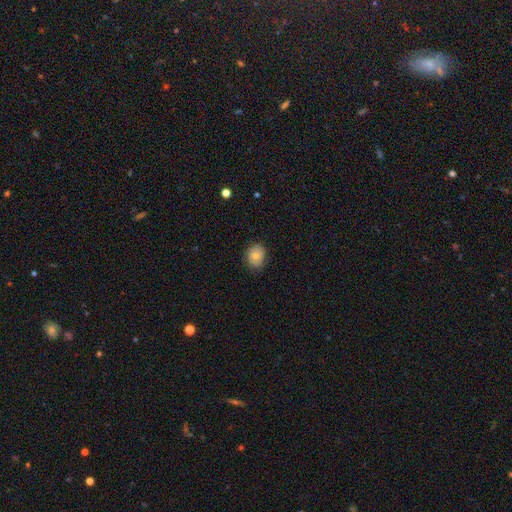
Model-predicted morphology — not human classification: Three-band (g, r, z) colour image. It shows a smooth galaxy with no disk features (72%) that is round (60%). Merging: none (81%).